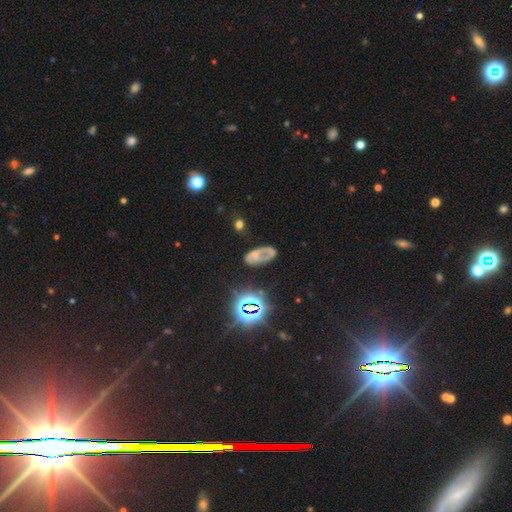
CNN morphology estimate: type=smooth (40%); merging=none (43%).